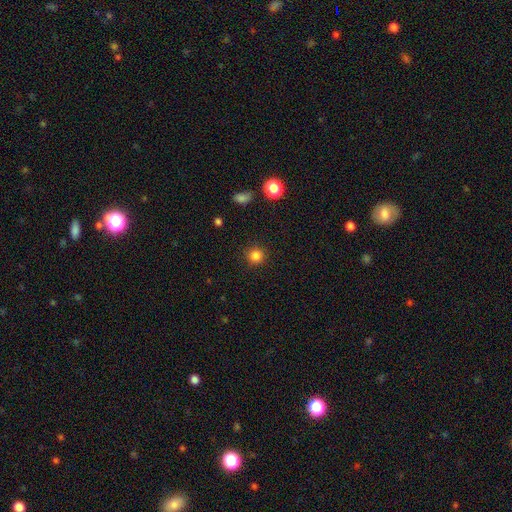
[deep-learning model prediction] This appears to be a smooth galaxy with no disk features (84%) that is round (94%). Merging: none (91%).